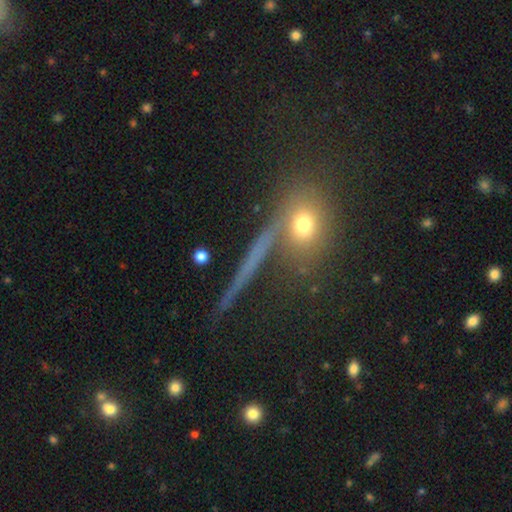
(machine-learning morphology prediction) This appears to be a smooth galaxy with no disk features (44%). Merging: none (71%).